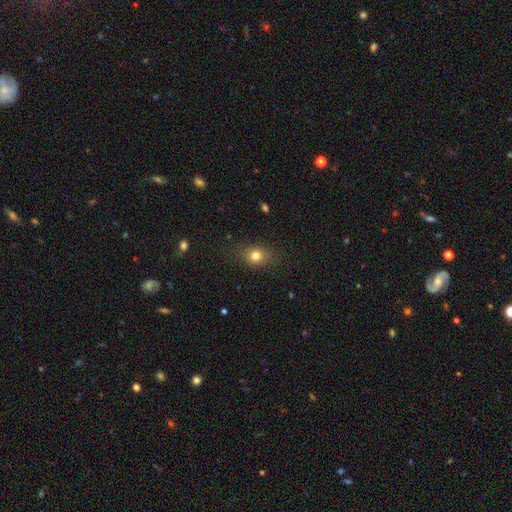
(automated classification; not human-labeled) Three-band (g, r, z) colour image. It shows a smooth galaxy with no disk features (77%) that is round (53%). Merging: none (81%).